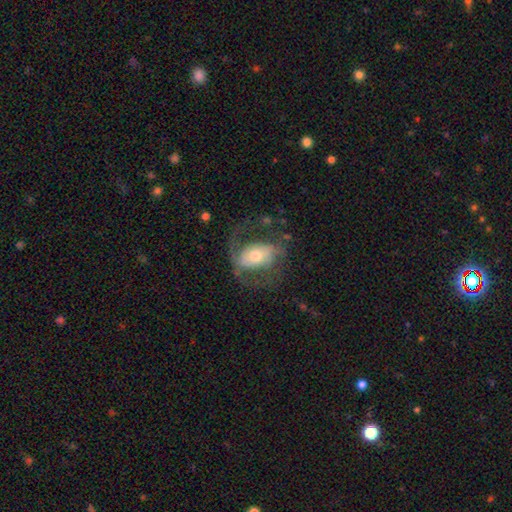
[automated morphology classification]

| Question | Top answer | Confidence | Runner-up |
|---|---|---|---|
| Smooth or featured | featured or disk | 71% | smooth (23%) |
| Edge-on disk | no | 96% | yes (4%) |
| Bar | no | 43% | weak (34%) |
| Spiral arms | yes | 81% | no (19%) |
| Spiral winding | medium | 48% | loose (34%) |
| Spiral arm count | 2 | 76% | can't tell (10%) |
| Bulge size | moderate | 57% | small (31%) |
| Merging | none | 53% | major disturbance (27%) |